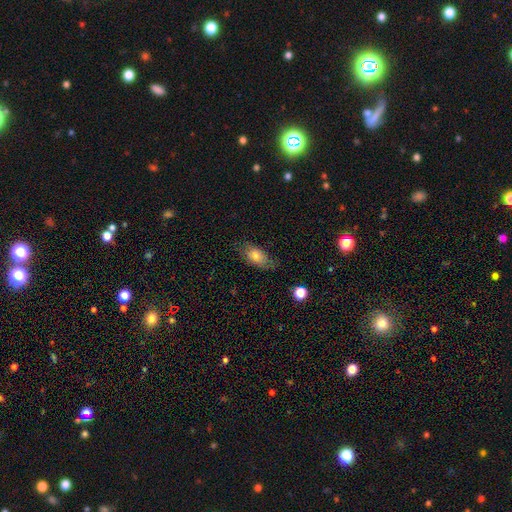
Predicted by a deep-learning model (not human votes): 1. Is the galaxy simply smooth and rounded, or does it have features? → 72% smooth, 20% featured or disk, 8% star or artifact.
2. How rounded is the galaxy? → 87% in between, 7% round, 6% cigar-shaped.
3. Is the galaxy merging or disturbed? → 67% none, 24% minor disturbance, 7% major disturbance, 1% merger.